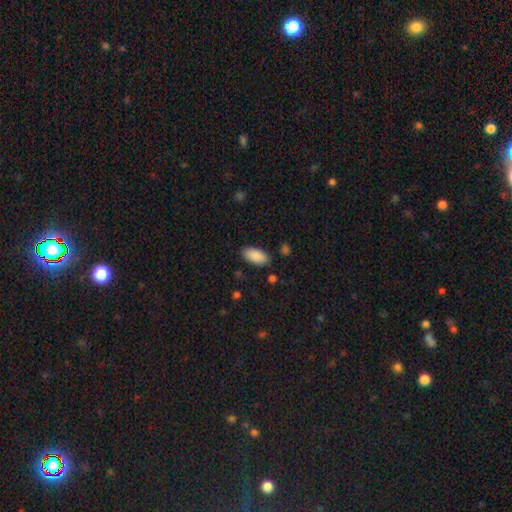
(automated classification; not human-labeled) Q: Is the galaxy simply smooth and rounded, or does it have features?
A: smooth — 90%.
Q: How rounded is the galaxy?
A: in between — 93%.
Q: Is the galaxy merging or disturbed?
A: none — 87%.